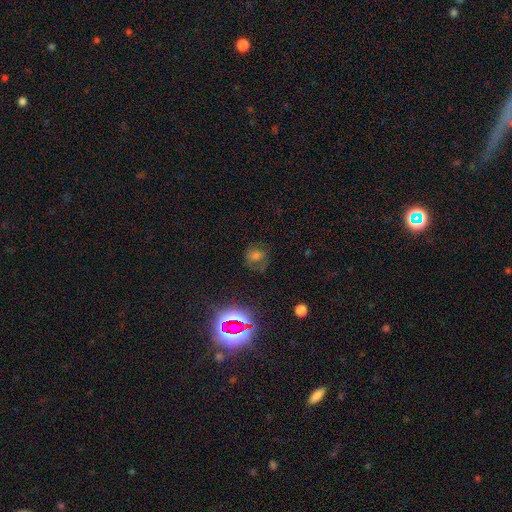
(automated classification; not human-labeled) Overall: smooth (40%; star or artifact 39%). Merging: none (69%).